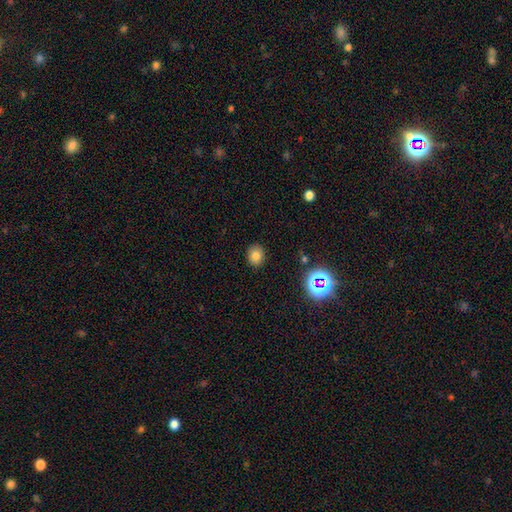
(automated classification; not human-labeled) Smooth or featured? Predicted: smooth (p=0.78). How rounded? Predicted: round (p=0.59). Merging? Predicted: none (p=0.88).